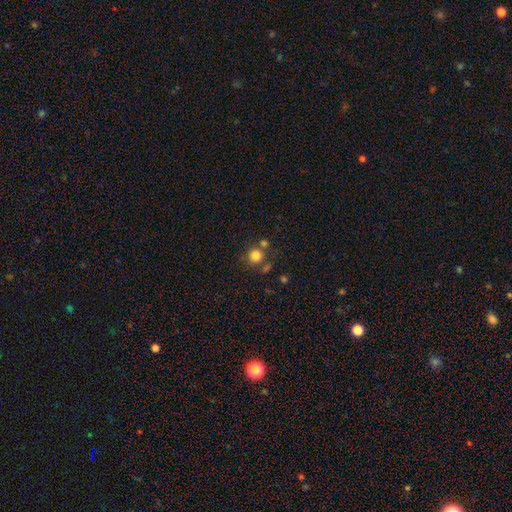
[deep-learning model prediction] Q: Smooth or featured?
A: smooth (81%); runner-up: star or artifact (12%)
Q: How rounded?
A: round (93%); runner-up: in between (6%)
Q: Merging?
A: none (70%); runner-up: merger (17%)